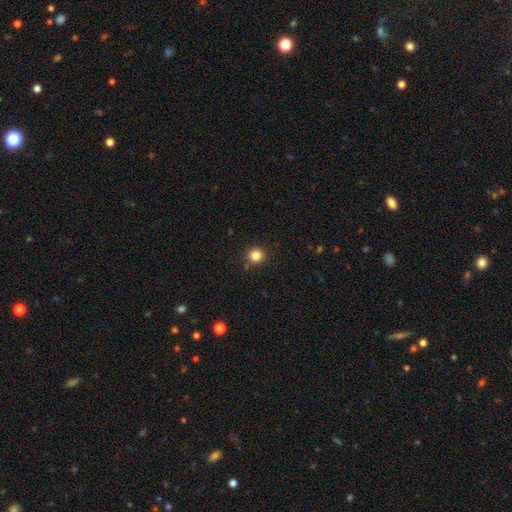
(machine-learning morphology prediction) type=smooth (83%); roundness=round (92%); merging=none (86%).